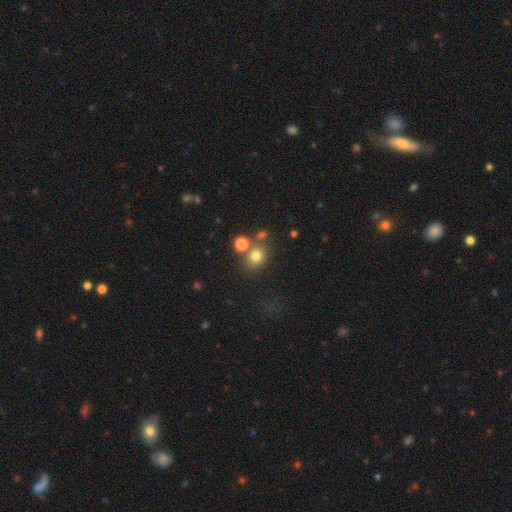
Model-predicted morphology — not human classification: smooth 76%, star or artifact 16%, featured or disk 9%. Down the decision tree: how rounded — round (69%); merging — none (64%).